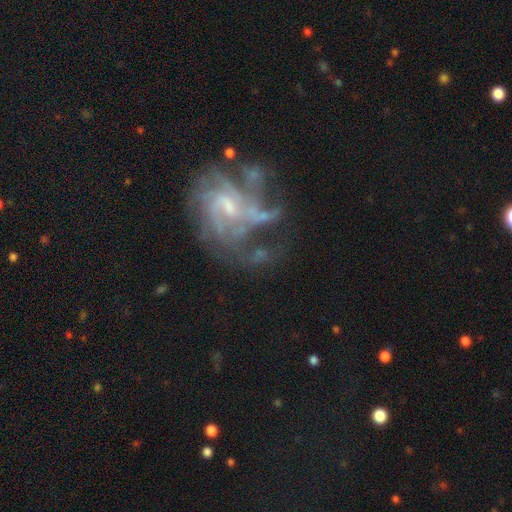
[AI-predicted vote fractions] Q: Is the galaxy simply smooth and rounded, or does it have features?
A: featured or disk — 79%.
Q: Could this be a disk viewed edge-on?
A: no — 97%.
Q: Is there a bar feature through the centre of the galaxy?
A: weak — 48%.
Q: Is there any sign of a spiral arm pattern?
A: yes — 87%.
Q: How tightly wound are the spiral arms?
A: medium — 42%.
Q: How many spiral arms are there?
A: can't tell — 38%.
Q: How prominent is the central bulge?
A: small — 48%.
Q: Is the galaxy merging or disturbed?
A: none — 43%.